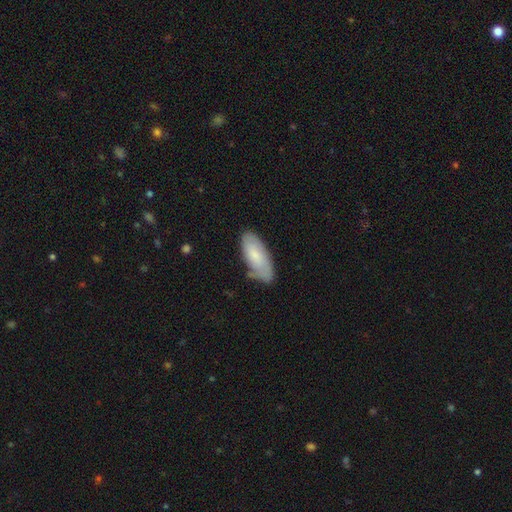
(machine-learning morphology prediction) smooth 66%, featured or disk 28%, star or artifact 6%. Down the decision tree: how rounded — in between (81%); merging — none (68%).